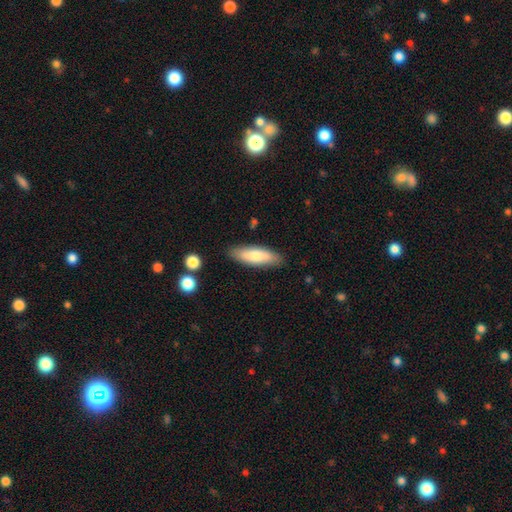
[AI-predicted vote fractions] This appears to be a smooth galaxy with no disk features (72%) that is in between round and cigar-shaped (53%). Merging: none (85%).